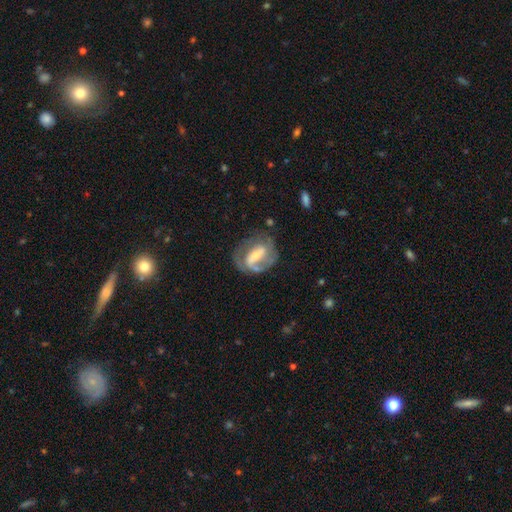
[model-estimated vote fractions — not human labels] Smooth or featured?
  - featured or disk: 76% *
  - smooth: 18%
  - star or artifact: 6%
Edge-on disk?
  - no: 96% *
  - yes: 4%
Bar?
  - strong: 44% *
  - weak: 37%
  - no: 19%
Spiral arms?
  - yes: 82% *
  - no: 18%
Spiral winding?
  - medium: 42% *
  - tight: 37%
  - loose: 20%
Spiral arm count?
  - 2: 57% *
  - 1: 18%
  - can't tell: 17%
  - 3: 5%
  - 4: 1%
  - more than 4: 1%
Bulge size?
  - small: 49% *
  - moderate: 43%
  - large: 5%
  - none: 2%
  - dominant: 1%
Merging?
  - none: 58% *
  - minor disturbance: 21%
  - major disturbance: 17%
  - merger: 3%